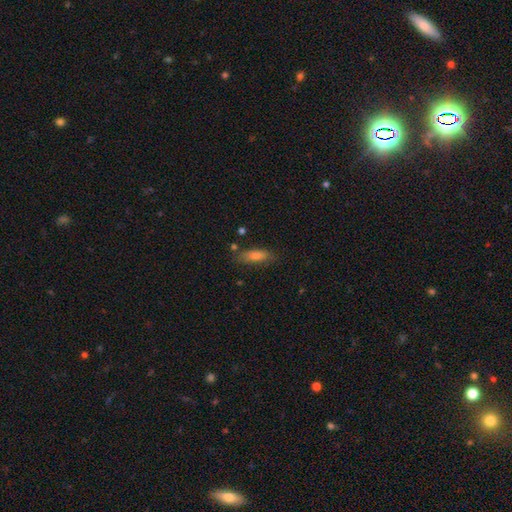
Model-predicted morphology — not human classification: smooth 71%, featured or disk 17%, star or artifact 12%. Down the decision tree: how rounded — in between (49%, tied with cigar-shaped); merging — none (77%).